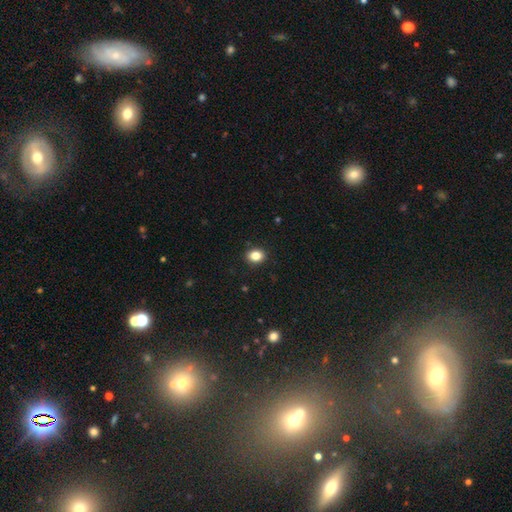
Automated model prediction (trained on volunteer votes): Morphology: type=smooth (84%); roundness=round (50%); merging=none (90%).